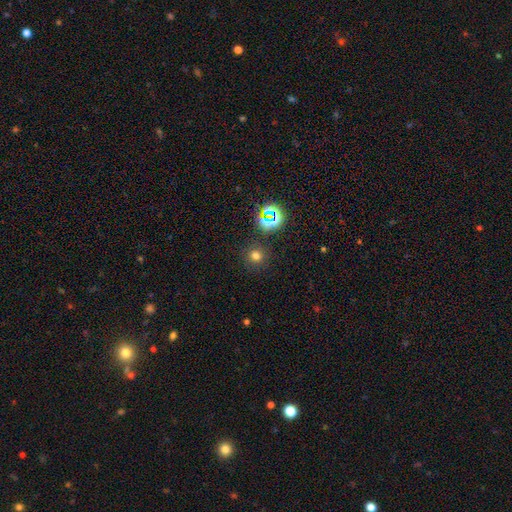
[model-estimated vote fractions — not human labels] This appears to be a smooth galaxy with no disk features (68%) that is round (92%). Merging: none (87%).